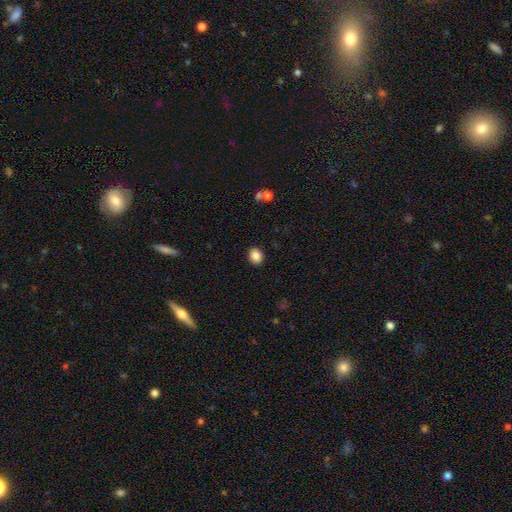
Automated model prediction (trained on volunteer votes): Q: Smooth or featured?
A: smooth (86%); runner-up: star or artifact (9%)
Q: How rounded?
A: round (58%); runner-up: in between (41%)
Q: Merging?
A: none (91%); runner-up: minor disturbance (6%)